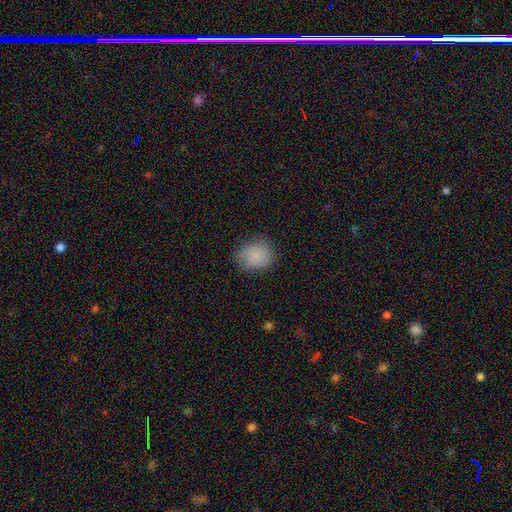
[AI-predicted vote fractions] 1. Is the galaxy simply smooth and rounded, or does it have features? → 84% smooth, 9% star or artifact, 8% featured or disk.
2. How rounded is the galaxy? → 63% round, 36% in between, 1% cigar-shaped.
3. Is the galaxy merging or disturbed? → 76% none, 18% minor disturbance, 5% major disturbance, 1% merger.